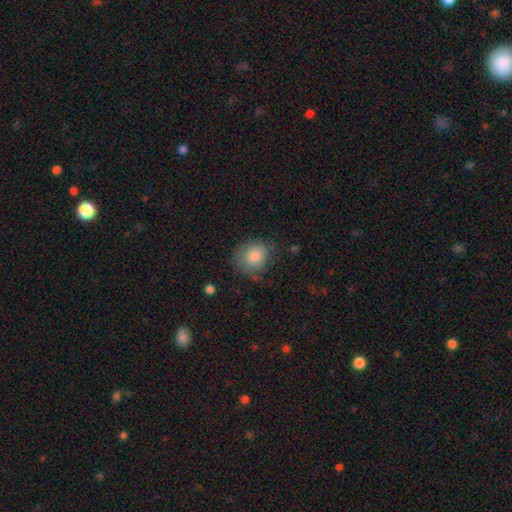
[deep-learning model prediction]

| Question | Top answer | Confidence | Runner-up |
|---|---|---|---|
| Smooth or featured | smooth | 78% | featured or disk (11%) |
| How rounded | round | 71% | in between (28%) |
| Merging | none | 68% | minor disturbance (24%) |